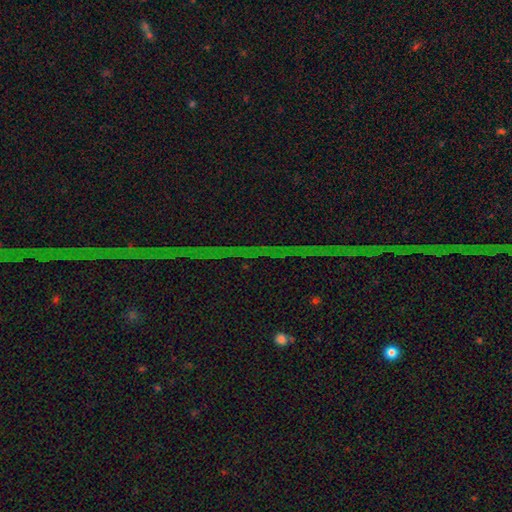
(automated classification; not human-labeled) A star or artifact, not a galaxy (81%).

Vote fractions:
- Smooth or featured? star or artifact: 81% / featured or disk: 13% / smooth: 7%